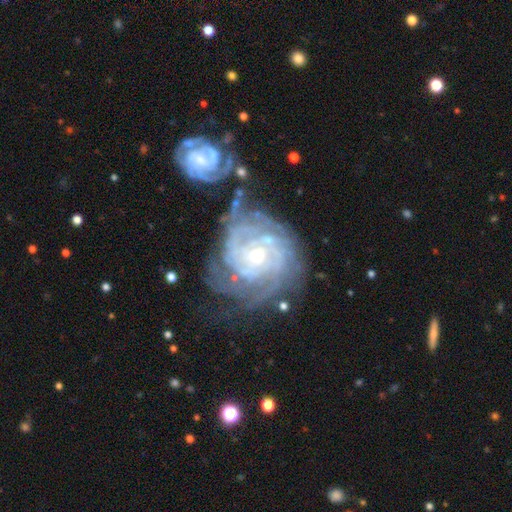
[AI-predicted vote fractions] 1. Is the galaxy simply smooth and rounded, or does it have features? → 88% featured or disk, 6% smooth, 6% star or artifact.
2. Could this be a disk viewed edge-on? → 97% no, 3% yes.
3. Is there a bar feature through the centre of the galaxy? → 69% no, 24% weak, 7% strong.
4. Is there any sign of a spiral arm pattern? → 96% yes, 4% no.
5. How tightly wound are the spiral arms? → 76% tight, 20% medium, 4% loose.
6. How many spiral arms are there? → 35% can't tell, 18% 3, 17% 4, 14% 2, 10% more than 4, 6% 1.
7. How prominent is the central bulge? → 63% small, 32% moderate, 2% large, 2% none, 1% dominant.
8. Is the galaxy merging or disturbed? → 42% none, 25% merger, 19% minor disturbance, 13% major disturbance.